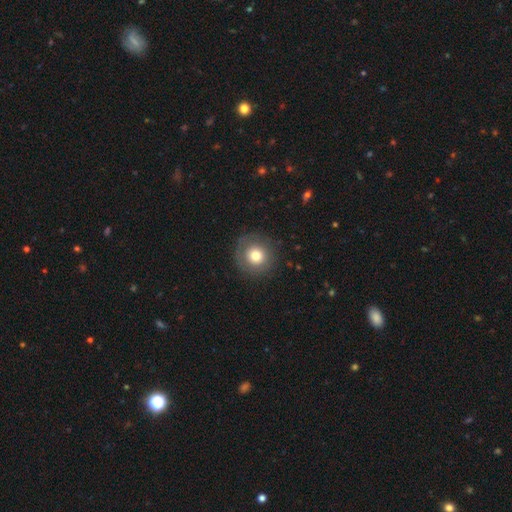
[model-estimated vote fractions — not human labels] smooth 74%, featured or disk 15%, star or artifact 11%. Down the decision tree: how rounded — round (95%); merging — none (86%).